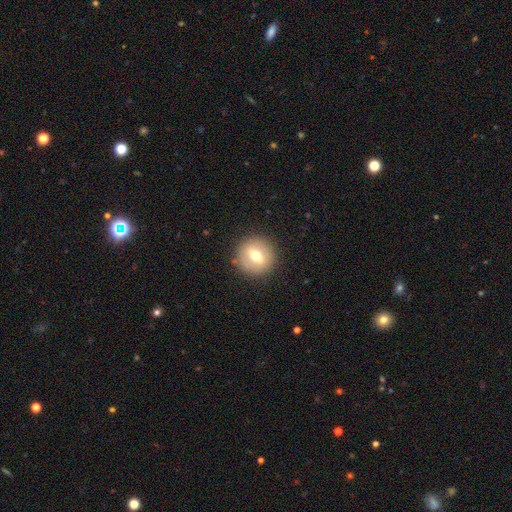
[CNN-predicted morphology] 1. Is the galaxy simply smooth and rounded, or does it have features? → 60% smooth, 31% featured or disk, 9% star or artifact.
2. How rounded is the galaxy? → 93% round, 6% in between, 1% cigar-shaped.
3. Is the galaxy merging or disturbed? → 89% none, 7% minor disturbance, 3% major disturbance, 1% merger.